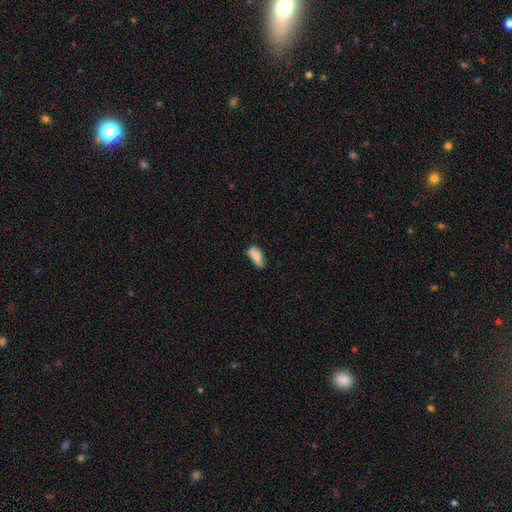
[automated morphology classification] Q: Smooth or featured?
A: smooth (83%); runner-up: featured or disk (10%)
Q: How rounded?
A: in between (79%); runner-up: cigar-shaped (19%)
Q: Merging?
A: none (60%); runner-up: minor disturbance (30%)